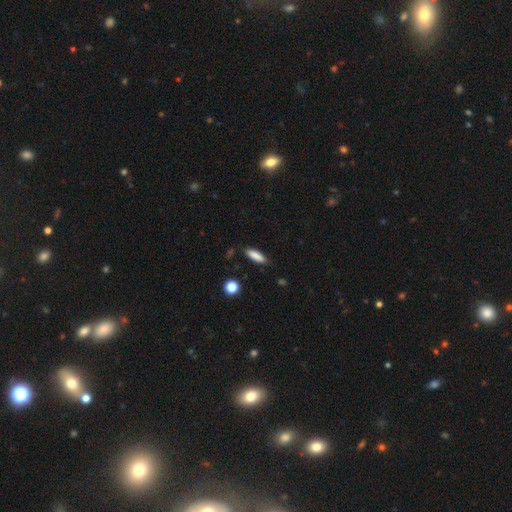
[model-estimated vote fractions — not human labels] smooth 85%, featured or disk 8%, star or artifact 7%. Down the decision tree: how rounded — cigar-shaped (53%); merging — none (83%).